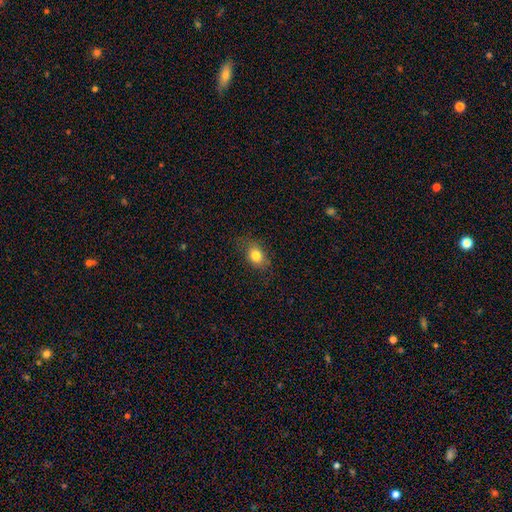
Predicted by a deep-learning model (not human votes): A smooth galaxy with no disk features (81%) that is in between round and cigar-shaped (67%).

Vote fractions:
- Smooth or featured? smooth: 81% / star or artifact: 10% / featured or disk: 9%
- How rounded? in between: 67% / round: 31% / cigar-shaped: 2%
- Merging? none: 76% / minor disturbance: 18% / major disturbance: 5% / merger: 1%